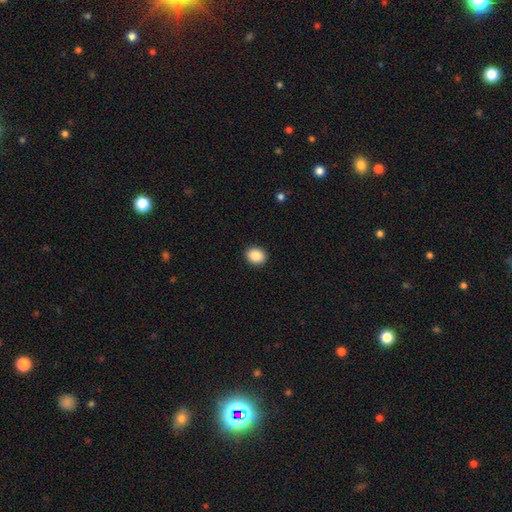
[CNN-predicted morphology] A smooth galaxy with no disk features (87%) that is round (61%).

Vote fractions:
- Smooth or featured? smooth: 87% / star or artifact: 9% / featured or disk: 4%
- How rounded? round: 61% / in between: 38% / cigar-shaped: 1%
- Merging? none: 92% / minor disturbance: 5% / major disturbance: 2% / merger: 1%